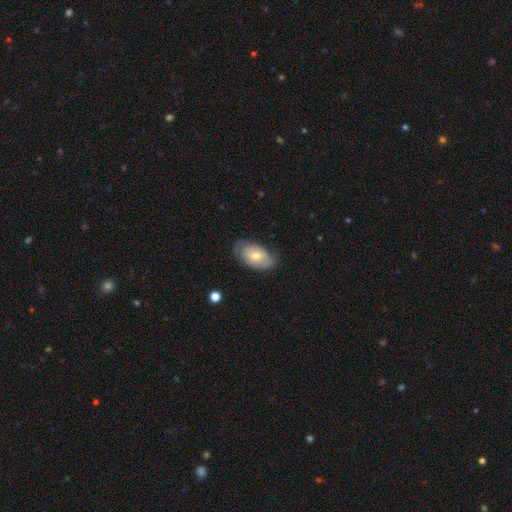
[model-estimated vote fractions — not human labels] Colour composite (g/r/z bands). It shows a smooth galaxy with no disk features (53%) that is in between round and cigar-shaped (91%). Merging: none (67%).